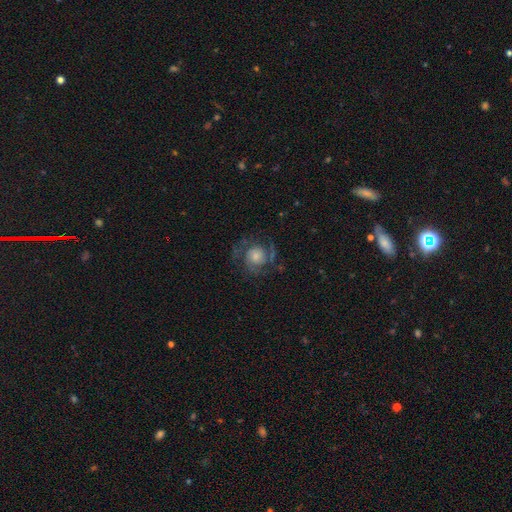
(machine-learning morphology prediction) Smooth or featured? Predicted: featured or disk (p=0.80). Edge-on disk? Predicted: no (p=0.98). Bar? Predicted: no (p=0.73). Spiral arms? Predicted: yes (p=0.95). Spiral winding? Predicted: medium (p=0.48). Spiral arm count? Predicted: 2 (p=0.68). Bulge size? Predicted: moderate (p=0.38). Merging? Predicted: none (p=0.72).